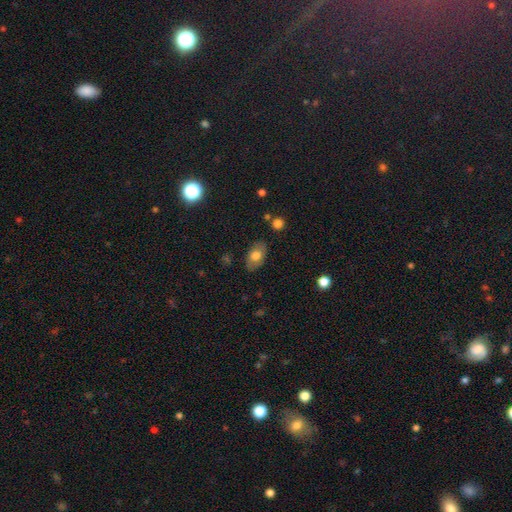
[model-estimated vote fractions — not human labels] smooth 72%, featured or disk 21%, star or artifact 7%. Down the decision tree: how rounded — in between (90%); merging — none (82%).